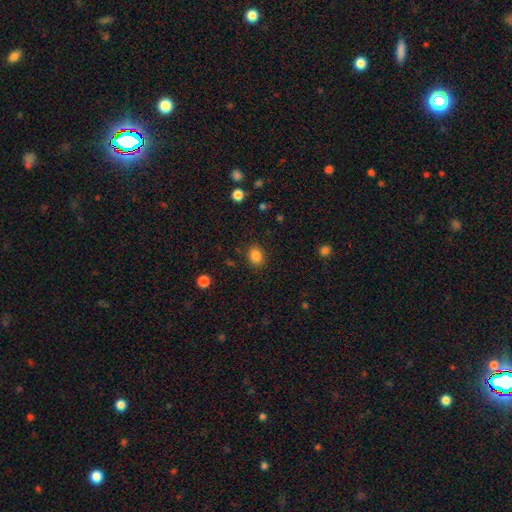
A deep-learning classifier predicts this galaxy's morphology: A smooth galaxy with no disk features (85%) that is in between round and cigar-shaped (55%).

Vote fractions:
- Smooth or featured? smooth: 85% / star or artifact: 10% / featured or disk: 4%
- How rounded? in between: 55% / round: 45% / cigar-shaped: 1%
- Merging? none: 86% / minor disturbance: 9% / major disturbance: 3% / merger: 1%